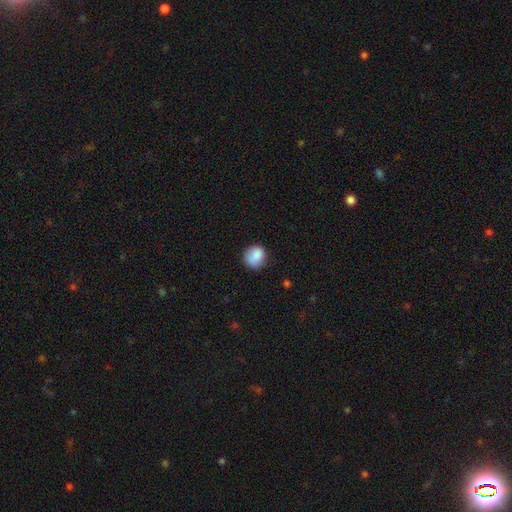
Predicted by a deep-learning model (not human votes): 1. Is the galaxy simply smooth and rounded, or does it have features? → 87% smooth, 8% star or artifact, 5% featured or disk.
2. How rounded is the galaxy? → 83% round, 16% in between, 1% cigar-shaped.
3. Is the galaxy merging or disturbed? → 78% none, 17% minor disturbance, 4% major disturbance, 1% merger.